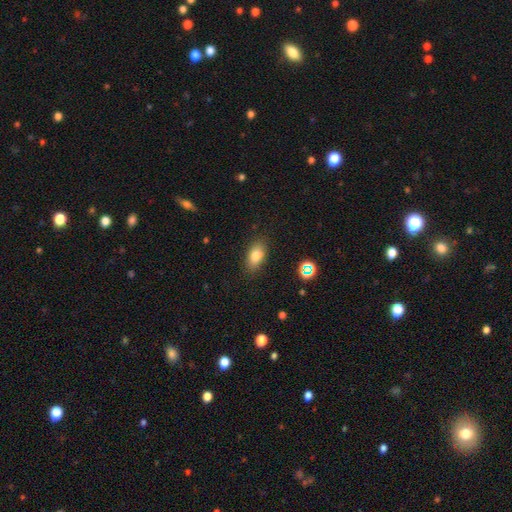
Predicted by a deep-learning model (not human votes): Smooth or featured? smooth (80%)
How rounded? in between (87%)
Merging? none (83%)